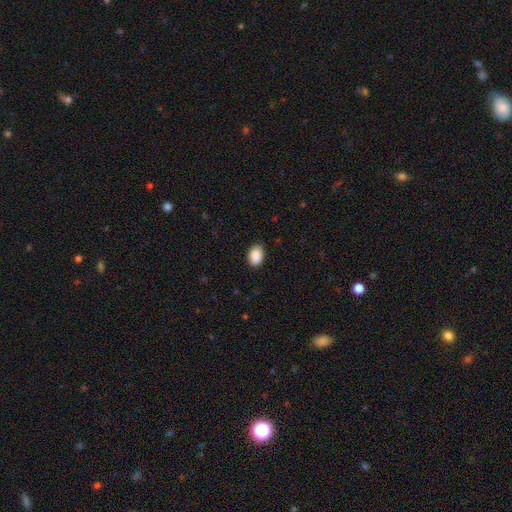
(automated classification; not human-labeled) This is clearly a smooth galaxy (90%). How rounded: clearly in between (86%). Merging: clearly none (86%).